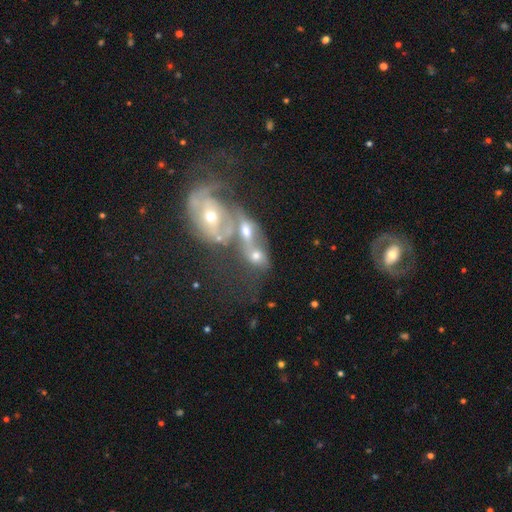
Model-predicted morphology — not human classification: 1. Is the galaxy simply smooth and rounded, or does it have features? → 45% smooth, 40% featured or disk, 15% star or artifact.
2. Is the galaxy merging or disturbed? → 67% merger, 16% none, 9% major disturbance, 8% minor disturbance.